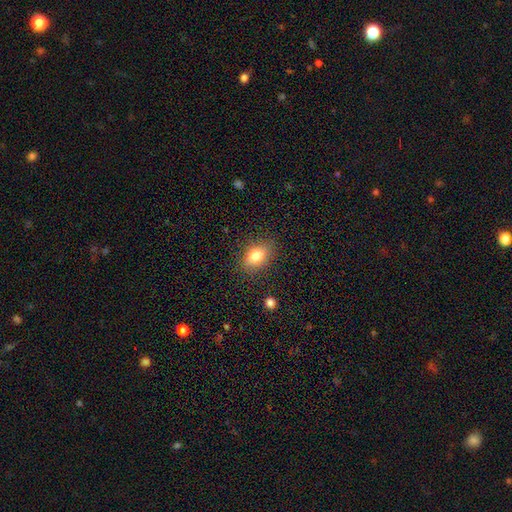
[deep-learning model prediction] The model was most divided on "how rounded": in between: 77%, round: 20%, cigar-shaped: 2%. More confident: merging — none (82%); smooth or featured — smooth (80%).